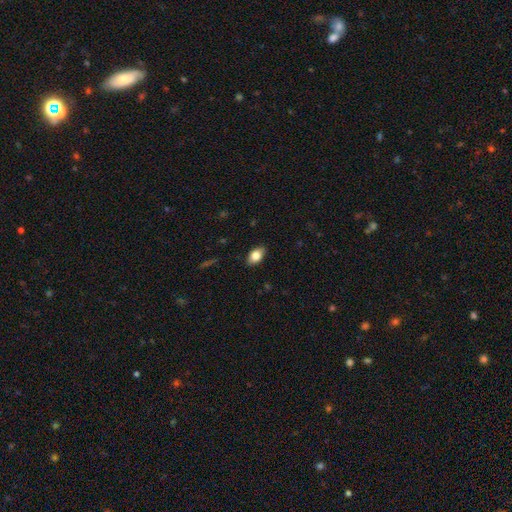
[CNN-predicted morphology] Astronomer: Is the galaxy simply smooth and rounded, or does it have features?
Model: smooth — 82%.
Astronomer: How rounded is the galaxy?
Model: in between — 89%.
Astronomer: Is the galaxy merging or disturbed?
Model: none — 87%.